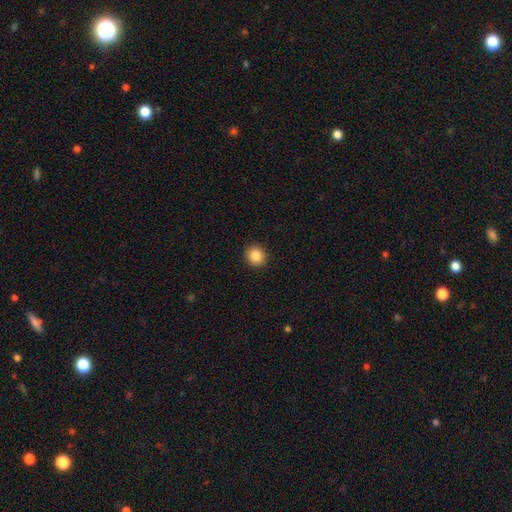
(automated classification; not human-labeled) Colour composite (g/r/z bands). It shows a smooth galaxy with no disk features (86%) that is round (87%). Merging: none (92%).